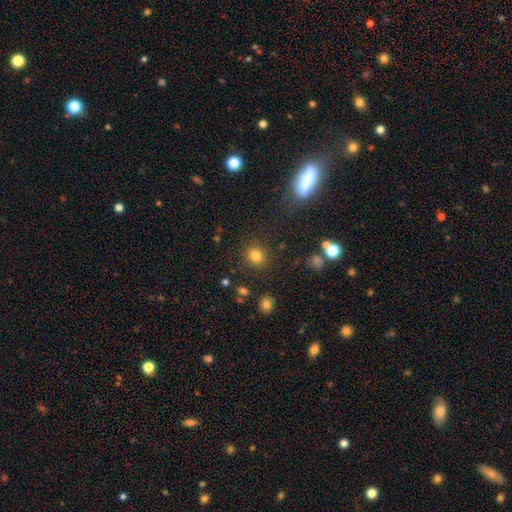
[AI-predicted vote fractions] smooth 81%, star or artifact 13%, featured or disk 6%. Down the decision tree: how rounded — round (85%); merging — none (87%).